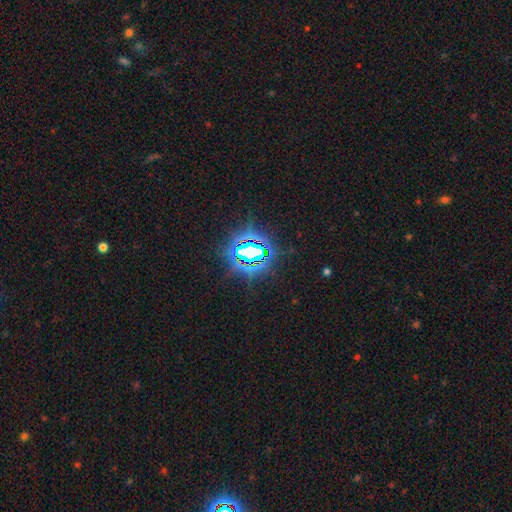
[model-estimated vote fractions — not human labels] The model was most divided on "smooth or featured": star or artifact: 85%, smooth: 10%, featured or disk: 6%.